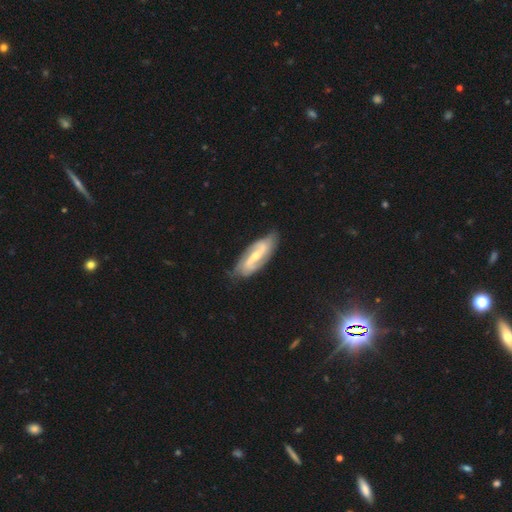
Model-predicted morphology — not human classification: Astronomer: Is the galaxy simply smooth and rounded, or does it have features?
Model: featured or disk — 83%.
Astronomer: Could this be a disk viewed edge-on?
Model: no — 92%.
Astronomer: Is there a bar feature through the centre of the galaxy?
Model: weak — 43% (runner-up: strong, 38%).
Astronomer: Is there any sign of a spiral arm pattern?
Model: yes — 95%.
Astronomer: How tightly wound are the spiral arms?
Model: medium — 43% (runner-up: loose, 33%).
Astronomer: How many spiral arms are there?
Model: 2 — 86%.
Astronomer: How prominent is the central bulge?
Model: small — 49% (runner-up: moderate, 45%).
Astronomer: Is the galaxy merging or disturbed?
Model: none — 78%.